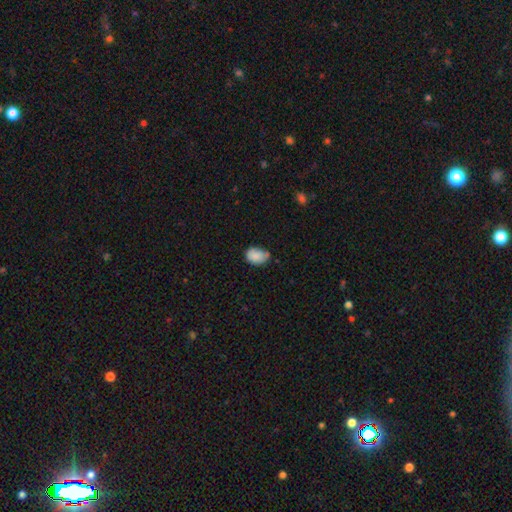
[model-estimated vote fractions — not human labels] A smooth galaxy with no disk features (84%) that is in between round and cigar-shaped (78%). Merging: none (51%).